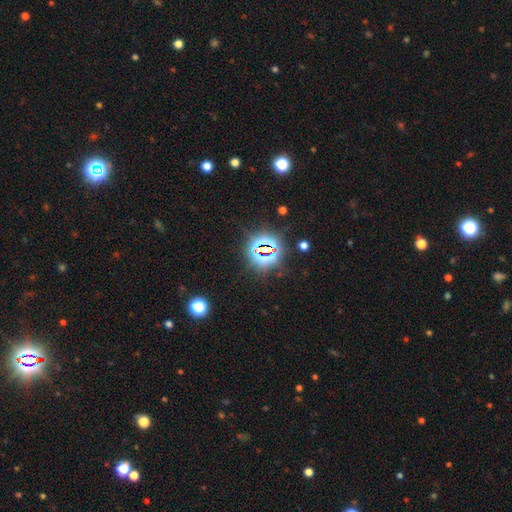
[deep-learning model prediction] This appears to be a star or artifact, not a galaxy (83%).